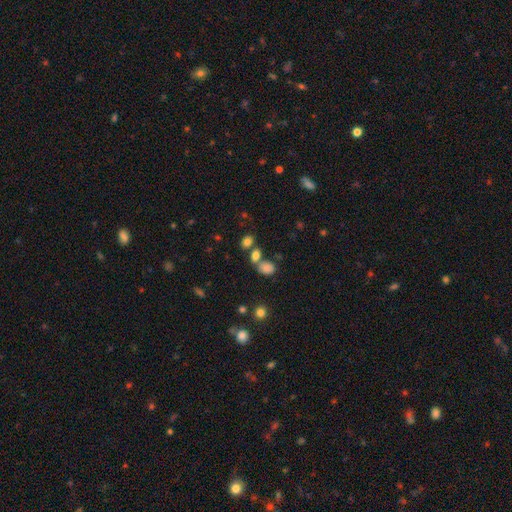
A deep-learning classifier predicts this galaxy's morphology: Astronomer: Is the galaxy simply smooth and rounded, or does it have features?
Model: smooth — 77%.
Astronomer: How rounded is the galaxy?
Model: in between — 66%.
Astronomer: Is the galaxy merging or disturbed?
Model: none — 50% (runner-up: merger, 34%).